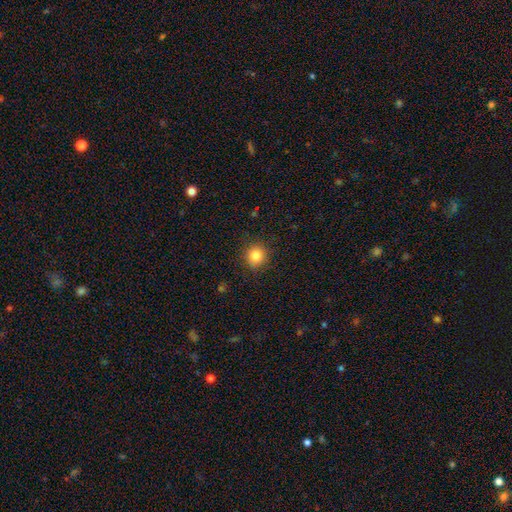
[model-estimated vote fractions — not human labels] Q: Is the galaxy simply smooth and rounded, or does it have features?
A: smooth — 83%.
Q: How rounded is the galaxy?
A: round — 89%.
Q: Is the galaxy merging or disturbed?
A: none — 89%.